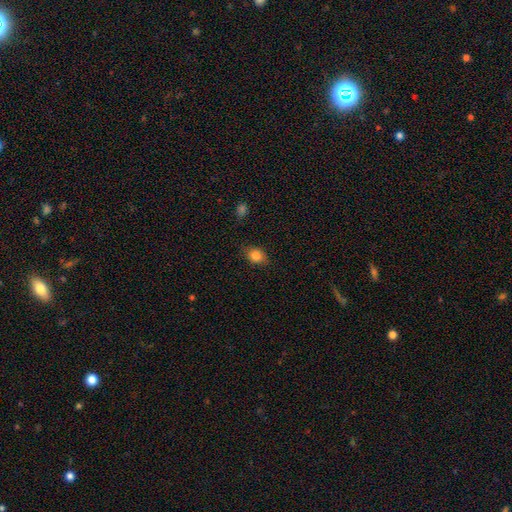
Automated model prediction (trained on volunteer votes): smooth_or_featured: smooth (p=0.82) [alt: star or artifact p=0.10]
how_rounded: in between (p=0.67) [alt: round p=0.32]
merging: none (p=0.81) [alt: minor disturbance p=0.15]